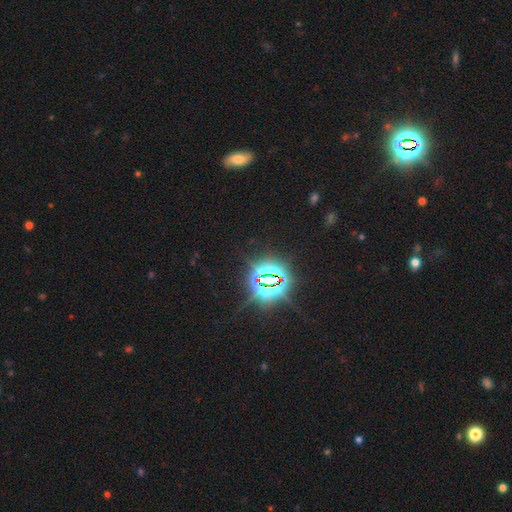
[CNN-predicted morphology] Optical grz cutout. It shows a star or artifact, not a galaxy (82%).